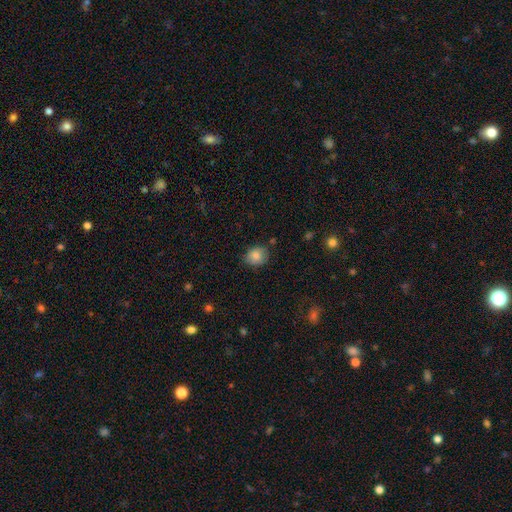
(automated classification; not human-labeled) Q: Smooth or featured?
A: smooth (84%); runner-up: star or artifact (9%)
Q: How rounded?
A: round (61%); runner-up: in between (38%)
Q: Merging?
A: none (75%); runner-up: minor disturbance (19%)